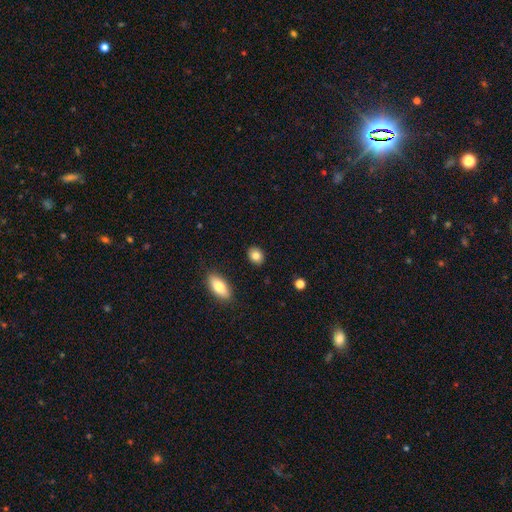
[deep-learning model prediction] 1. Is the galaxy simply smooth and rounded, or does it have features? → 84% smooth, 9% star or artifact, 8% featured or disk.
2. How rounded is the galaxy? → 51% in between, 47% round, 2% cigar-shaped.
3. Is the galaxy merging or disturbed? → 89% none, 7% minor disturbance, 2% major disturbance, 2% merger.